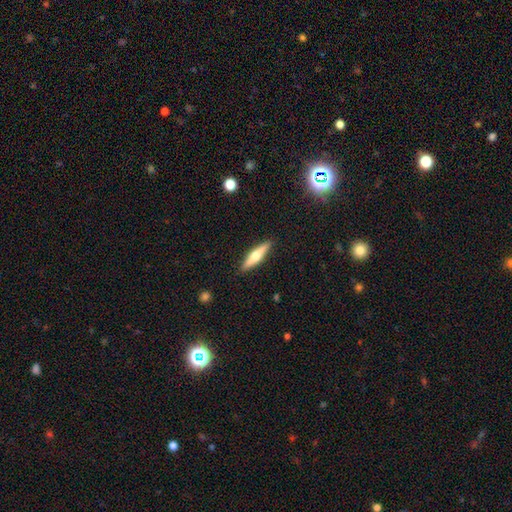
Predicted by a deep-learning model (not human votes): Smooth or featured?
  - featured or disk: 53% *
  - smooth: 42%
  - star or artifact: 6%
Edge-on disk?
  - yes: 96% *
  - no: 4%
Edge-on bulge?
  - rounded: 91% *
  - none: 5%
  - boxy: 4%
Merging?
  - none: 91% *
  - minor disturbance: 7%
  - major disturbance: 1%
  - merger: 1%